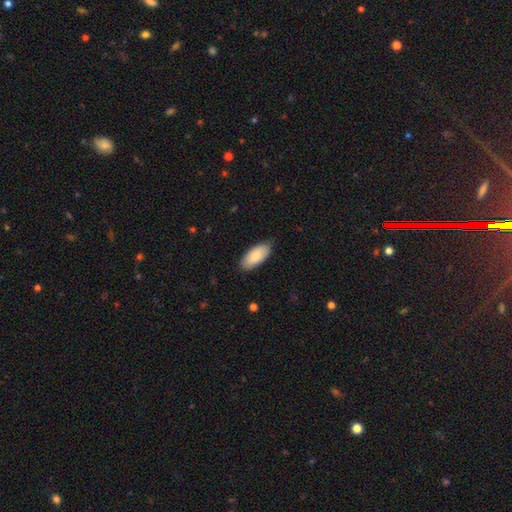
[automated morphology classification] This is clearly a smooth galaxy (86%). How rounded: clearly in between (90%). Merging: clearly none (82%).